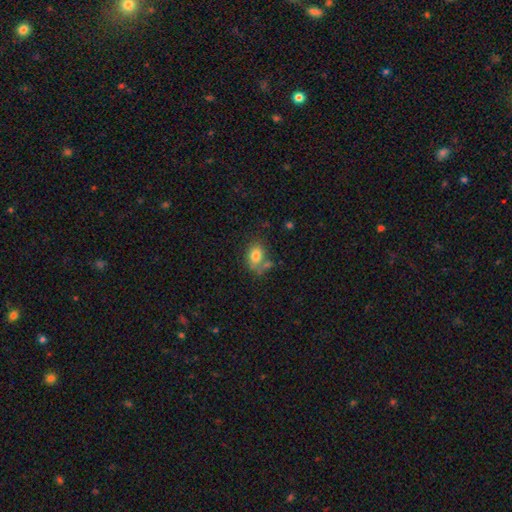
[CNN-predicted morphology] smooth 79%, featured or disk 12%, star or artifact 9%. Down the decision tree: how rounded — in between (76%); merging — none (57%).